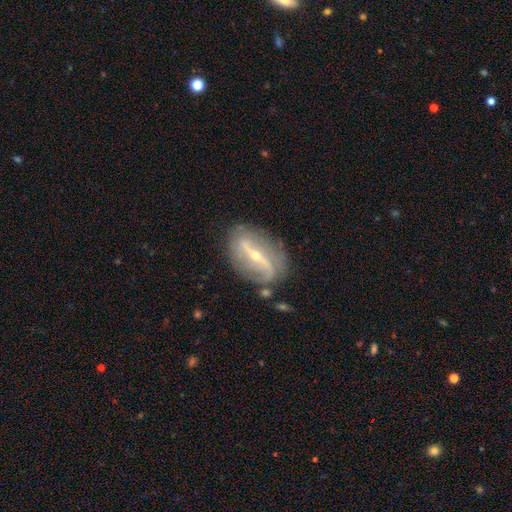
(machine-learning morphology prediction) Q: Smooth or featured?
A: featured or disk (85%); runner-up: smooth (9%)
Q: Edge-on disk?
A: no (88%); runner-up: yes (12%)
Q: Bar?
A: strong (67%); runner-up: weak (21%)
Q: Spiral arms?
A: yes (83%); runner-up: no (17%)
Q: Spiral winding?
A: loose (53%); runner-up: medium (29%)
Q: Spiral arm count?
A: 2 (83%); runner-up: can't tell (9%)
Q: Bulge size?
A: small (66%); runner-up: moderate (31%)
Q: Merging?
A: none (75%); runner-up: minor disturbance (16%)